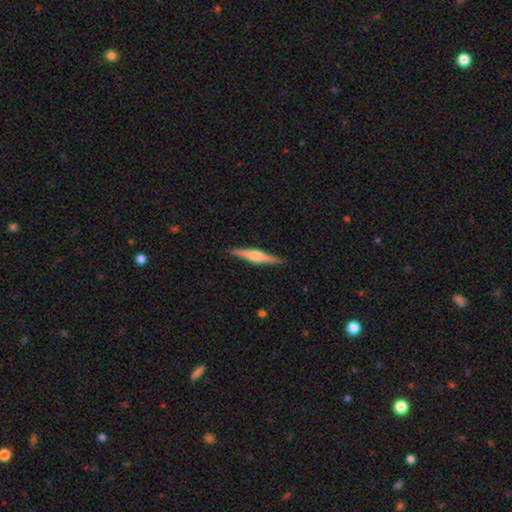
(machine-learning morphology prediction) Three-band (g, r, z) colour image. It shows a featured or disk galaxy (64%) viewed edge-on (98%) with a rounded central bulge (74%). Merging: none (90%).